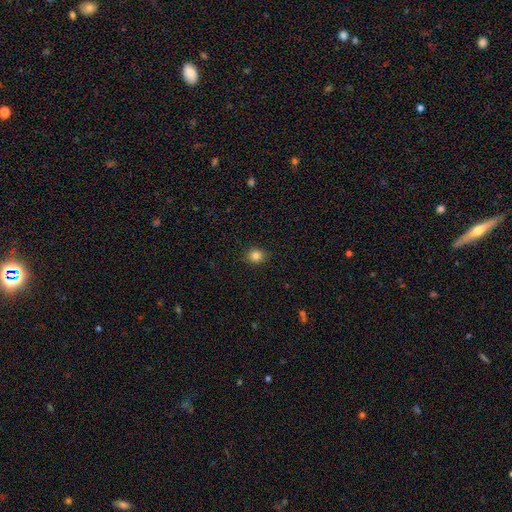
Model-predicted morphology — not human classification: A smooth galaxy with no disk features (85%) that is round (78%).

Vote fractions:
- Smooth or featured? smooth: 85% / star or artifact: 11% / featured or disk: 4%
- How rounded? round: 78% / in between: 21% / cigar-shaped: 1%
- Merging? none: 89% / minor disturbance: 8% / major disturbance: 2% / merger: 1%